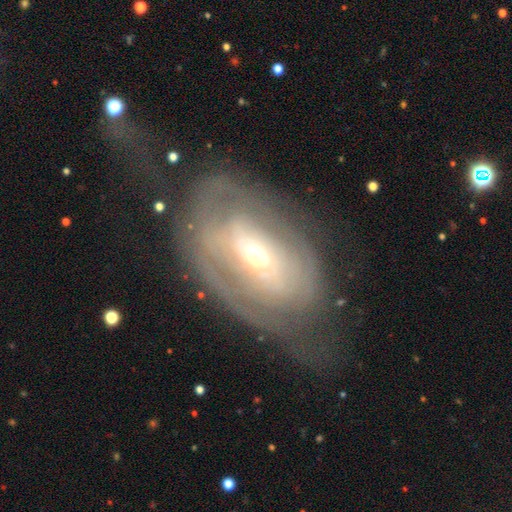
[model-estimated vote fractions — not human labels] Morphology: type=featured or disk (73%); edge-on=no (93%); bar=no (47%); spiral arms=yes (65%); bulge=small (54%); merging=none (48%).